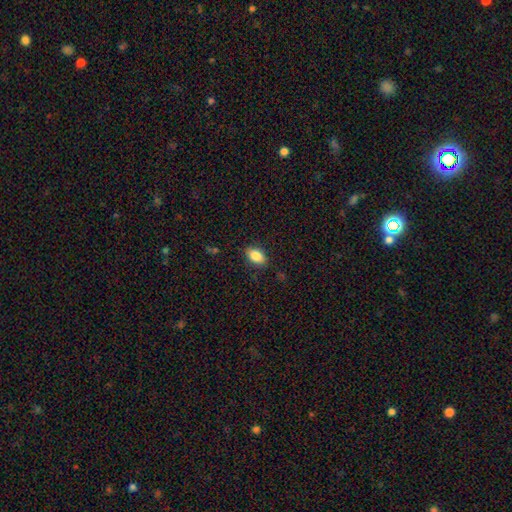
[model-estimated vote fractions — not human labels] A smooth galaxy with no disk features (85%) that is in between round and cigar-shaped (89%). Merging: none (86%).